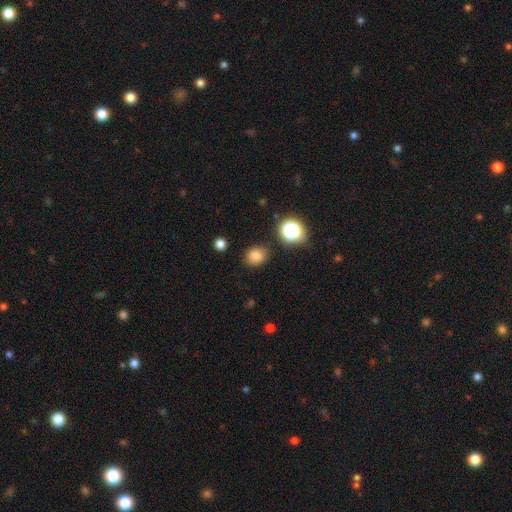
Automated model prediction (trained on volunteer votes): Overall: smooth (80%). How rounded: round (62%; in between 37%). Merging: none (83%).